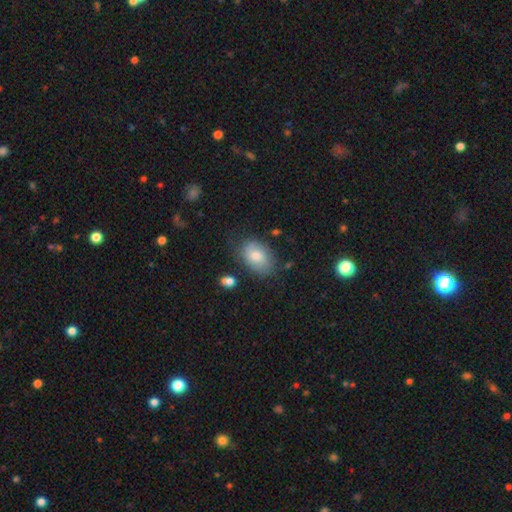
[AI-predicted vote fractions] Smooth or featured?
  - smooth: 73% *
  - featured or disk: 18%
  - star or artifact: 9%
How rounded?
  - in between: 85% *
  - round: 14%
  - cigar-shaped: 1%
Merging?
  - none: 73% *
  - minor disturbance: 20%
  - major disturbance: 5%
  - merger: 2%